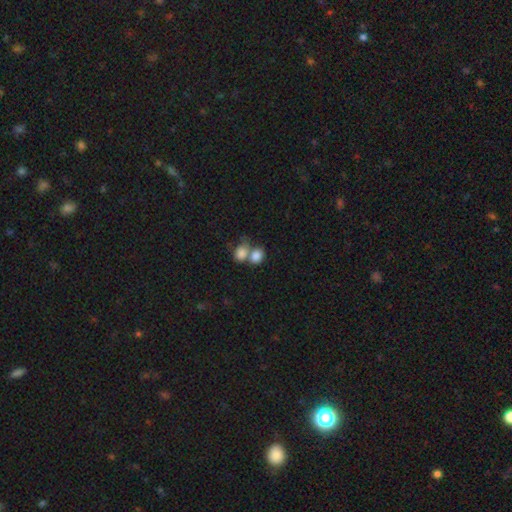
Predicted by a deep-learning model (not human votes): The model was most divided on "how rounded": in between: 58%, round: 40%, cigar-shaped: 1%. More confident: smooth or featured — smooth (83%); merging — merger (62%).